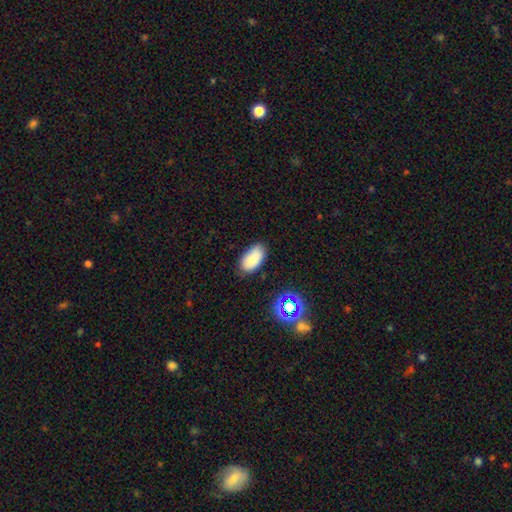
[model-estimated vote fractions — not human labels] This is clearly a smooth galaxy (83%). How rounded: clearly in between (94%). Merging: likely none (78%).